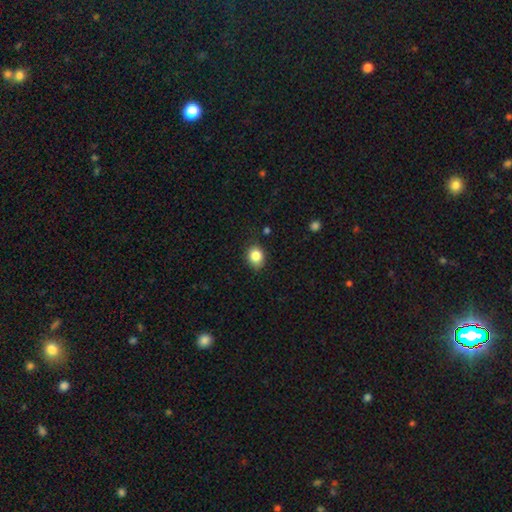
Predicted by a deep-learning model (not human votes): This appears to be a smooth galaxy with no disk features (84%) that is round (54%). Merging: none (80%).